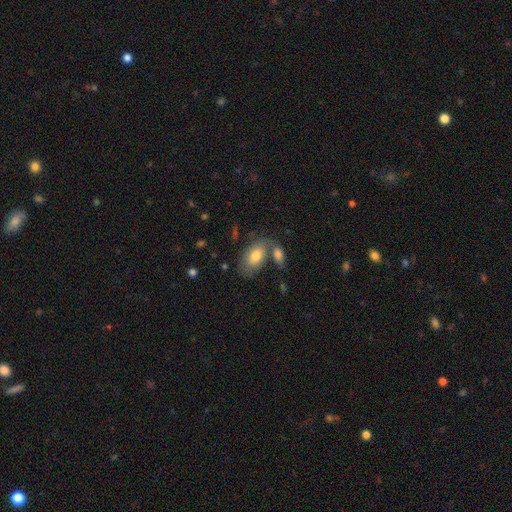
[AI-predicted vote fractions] Overall: smooth (76%). How rounded: in between (93%). Merging: none (52%; merger 27%).